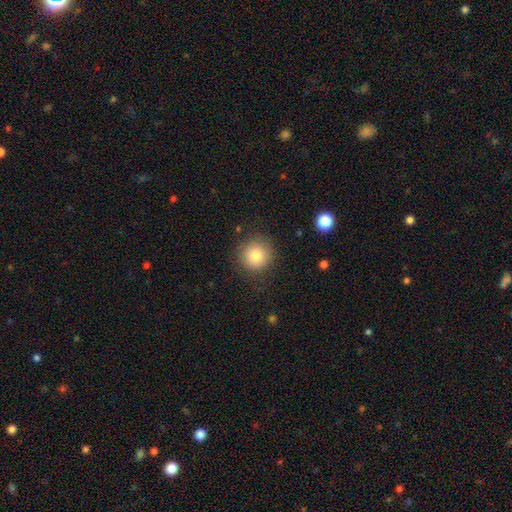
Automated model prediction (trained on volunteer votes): This is clearly a smooth galaxy (80%). How rounded: clearly round (94%). Merging: clearly none (87%).